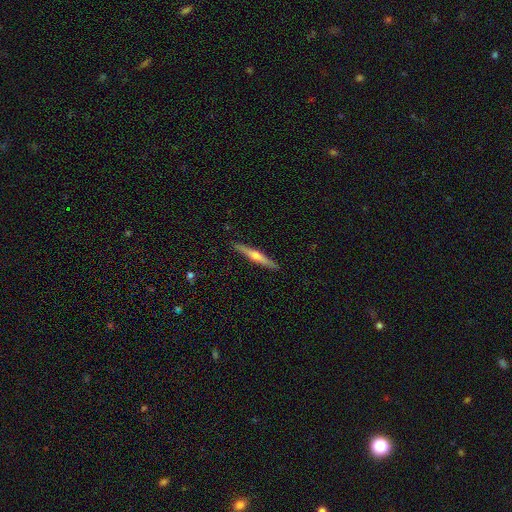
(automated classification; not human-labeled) The model was most divided on "smooth or featured": featured or disk: 66%, smooth: 29%, star or artifact: 5%. More confident: edge-on disk — yes (98%); merging — none (92%); edge-on bulge — rounded (87%).